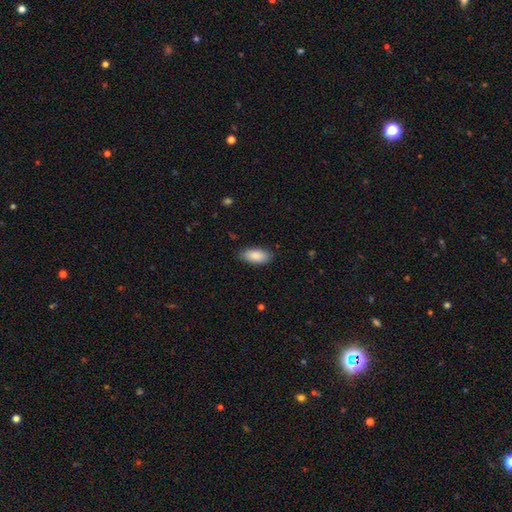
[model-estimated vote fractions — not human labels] smooth_or_featured: smooth (p=0.88) [alt: star or artifact p=0.06]
how_rounded: in between (p=0.90) [alt: cigar-shaped p=0.08]
merging: none (p=0.86) [alt: minor disturbance p=0.11]